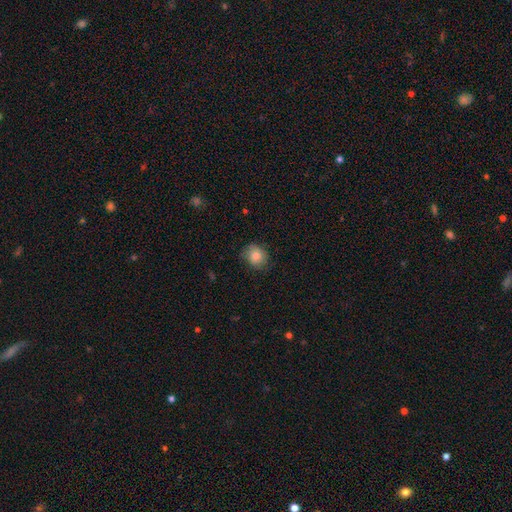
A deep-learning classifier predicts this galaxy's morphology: smooth 83%, featured or disk 9%, star or artifact 9%. Down the decision tree: how rounded — round (73%); merging — none (72%).